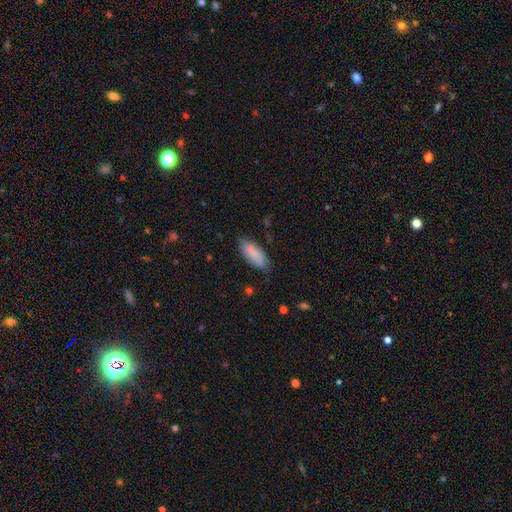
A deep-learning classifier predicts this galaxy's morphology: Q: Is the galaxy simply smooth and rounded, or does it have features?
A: smooth — 83%.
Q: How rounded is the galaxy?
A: in between — 83%.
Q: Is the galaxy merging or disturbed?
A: none — 75%.